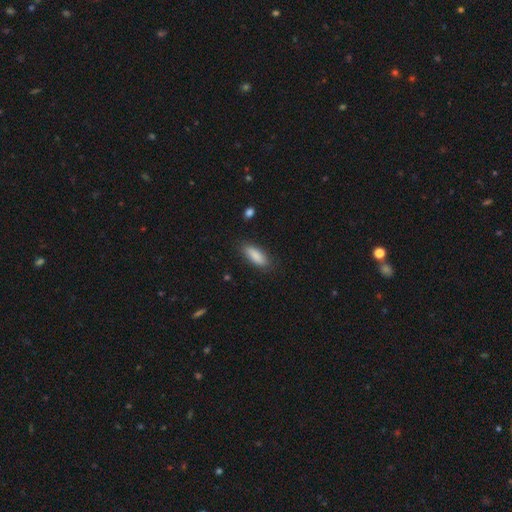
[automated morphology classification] Smooth or featured? Predicted: smooth (p=0.87). How rounded? Predicted: in between (p=0.62). Merging? Predicted: none (p=0.84).